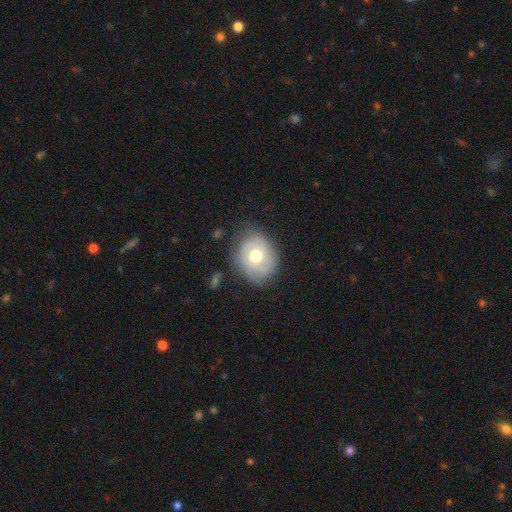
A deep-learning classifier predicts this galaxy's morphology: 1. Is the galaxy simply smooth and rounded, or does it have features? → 48% smooth, 44% featured or disk, 8% star or artifact.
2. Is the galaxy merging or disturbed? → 71% none, 21% minor disturbance, 6% major disturbance, 2% merger.